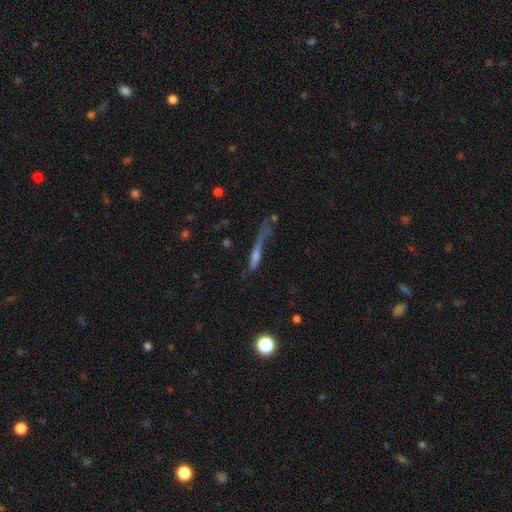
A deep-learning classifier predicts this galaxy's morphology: Smooth or featured?
  - smooth: 44% *
  - featured or disk: 42%
  - star or artifact: 14%
Merging?
  - major disturbance: 34% * (tied)
  - none: 34% * (tied)
  - minor disturbance: 22%
  - merger: 10%